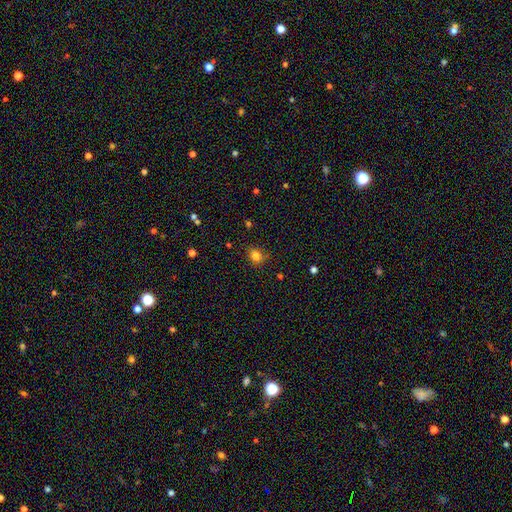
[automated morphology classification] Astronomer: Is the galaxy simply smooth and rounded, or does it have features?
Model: smooth — 82%.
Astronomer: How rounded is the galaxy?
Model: round — 68%.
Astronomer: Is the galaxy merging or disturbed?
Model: none — 84%.